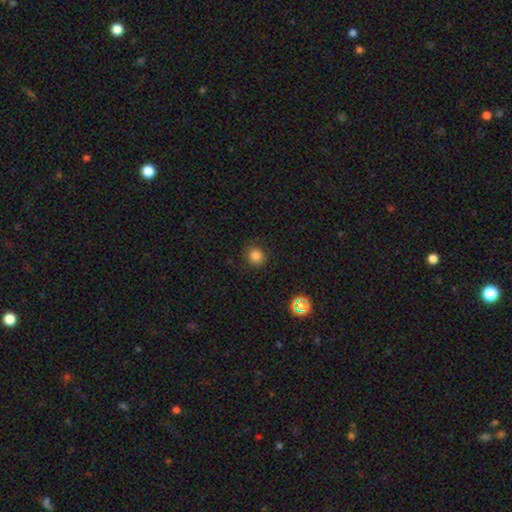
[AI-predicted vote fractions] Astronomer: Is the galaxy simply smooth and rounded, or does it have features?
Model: smooth — 82%.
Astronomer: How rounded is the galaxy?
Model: round — 87%.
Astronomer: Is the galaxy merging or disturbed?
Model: none — 86%.